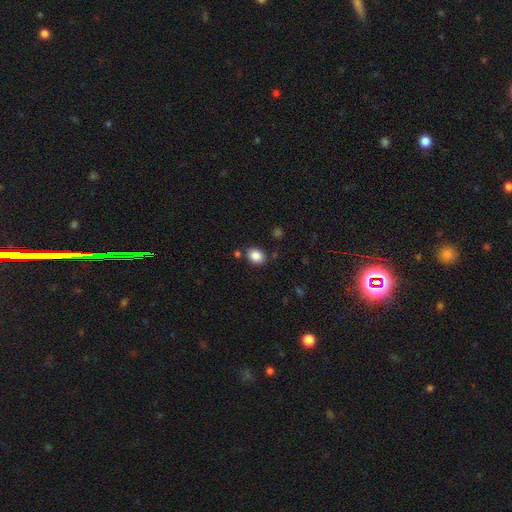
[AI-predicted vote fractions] Smooth or featured? Predicted: smooth (p=0.87). How rounded? Predicted: in between (p=0.55). Merging? Predicted: none (p=0.82).